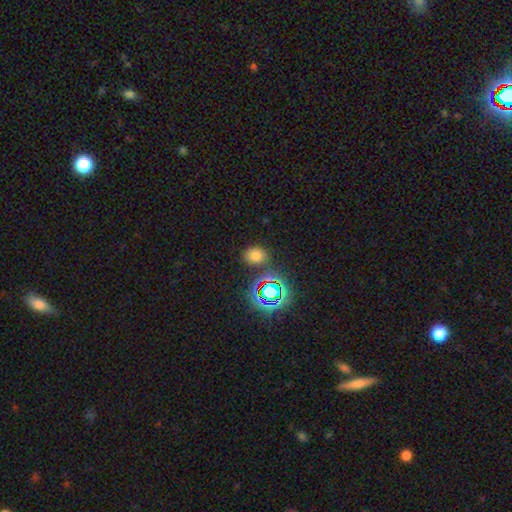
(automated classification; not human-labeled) Q: Smooth or featured?
A: smooth (66%); runner-up: star or artifact (27%)
Q: How rounded?
A: in between (56%); runner-up: round (43%)
Q: Merging?
A: none (79%); runner-up: minor disturbance (12%)